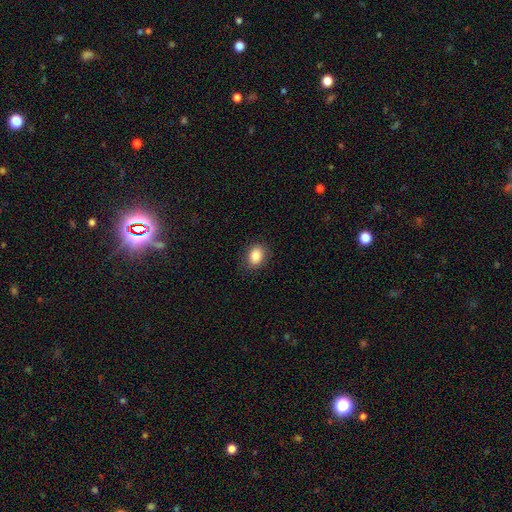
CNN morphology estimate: Overall: smooth (87%). How rounded: in between (64%; round 35%). Merging: none (85%).